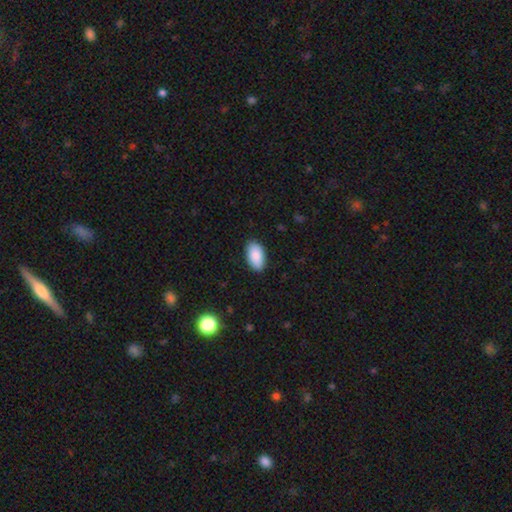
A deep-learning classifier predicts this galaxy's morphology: Smooth or featured: smooth — 89% (star or artifact — 6%)
How rounded: in between — 95% (round — 3%)
Merging: none — 87% (minor disturbance — 10%)